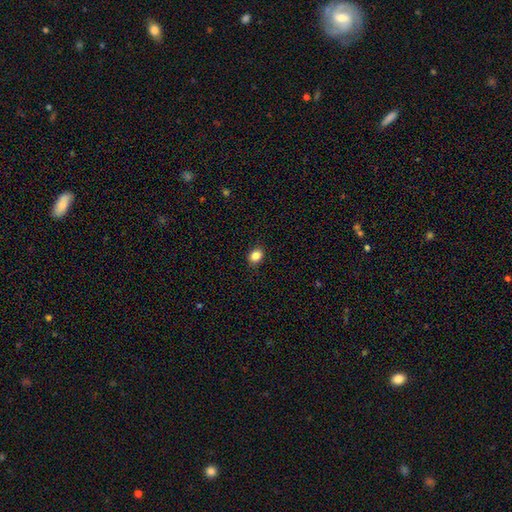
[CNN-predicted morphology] This appears to be a smooth galaxy with no disk features (86%) that is in between round and cigar-shaped (57%). Merging: none (89%).